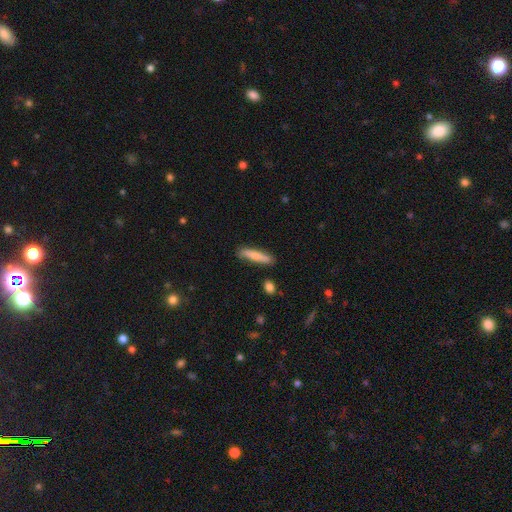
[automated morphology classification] This appears to be a smooth galaxy with no disk features (76%) that is cigar-shaped (86%). Merging: none (81%).